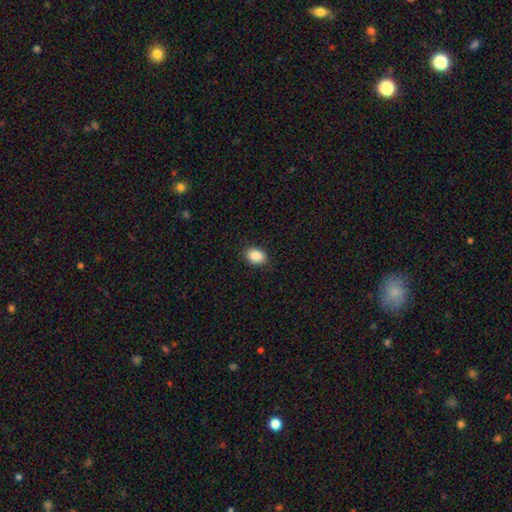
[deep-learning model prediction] The model was most divided on "how rounded": in between: 81%, round: 18%, cigar-shaped: 1%. More confident: smooth or featured — smooth (89%); merging — none (87%).